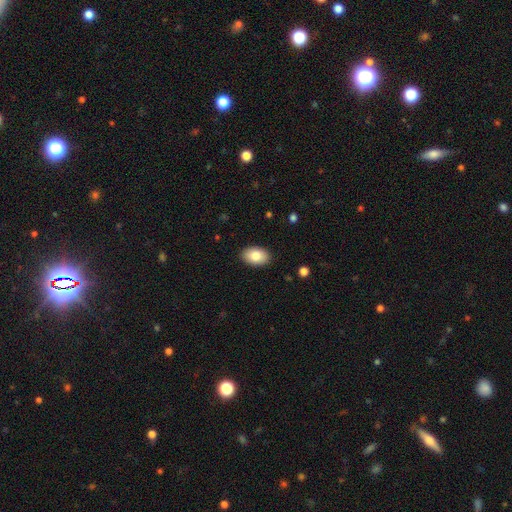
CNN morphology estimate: Smooth or featured? Predicted: smooth (p=0.83). How rounded? Predicted: in between (p=0.90). Merging? Predicted: none (p=0.89).